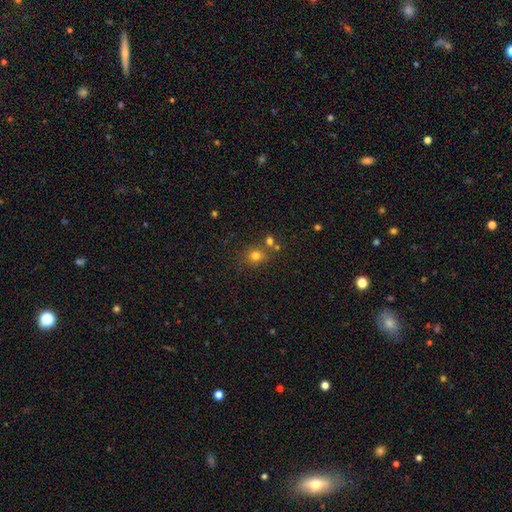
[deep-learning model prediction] Smooth or featured?
  - smooth: 76% *
  - star or artifact: 16%
  - featured or disk: 8%
How rounded?
  - round: 76% *
  - in between: 23%
  - cigar-shaped: 1%
Merging?
  - none: 69% *
  - merger: 16%
  - minor disturbance: 11%
  - major disturbance: 4%